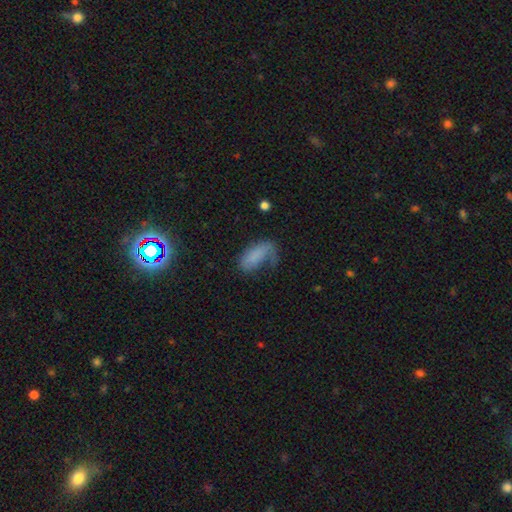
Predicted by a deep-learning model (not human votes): This appears to be a smooth galaxy with no disk features (64%) that is in between round and cigar-shaped (86%). Merging: major disturbance (37%).